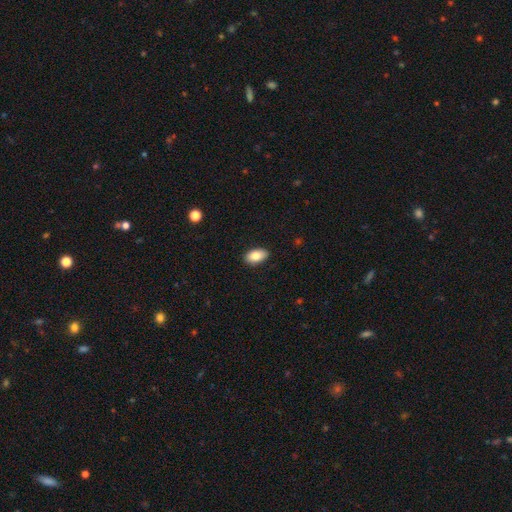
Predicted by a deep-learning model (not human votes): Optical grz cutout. It shows a smooth galaxy with no disk features (84%) that is in between round and cigar-shaped (93%). Merging: none (89%).